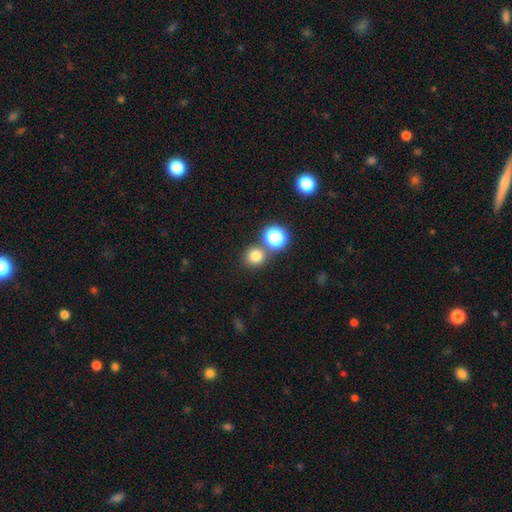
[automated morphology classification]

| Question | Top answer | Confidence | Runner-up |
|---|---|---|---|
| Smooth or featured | smooth | 76% | star or artifact (18%) |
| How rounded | round | 91% | in between (8%) |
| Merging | none | 76% | merger (14%) |